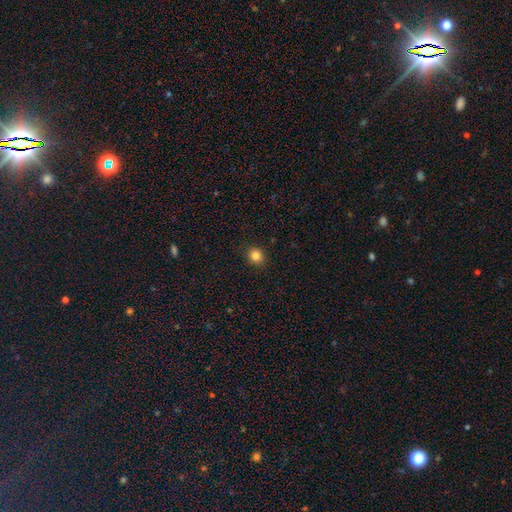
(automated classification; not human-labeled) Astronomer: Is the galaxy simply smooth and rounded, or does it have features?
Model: smooth — 83%.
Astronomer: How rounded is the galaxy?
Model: round — 81%.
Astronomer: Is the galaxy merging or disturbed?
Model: none — 90%.